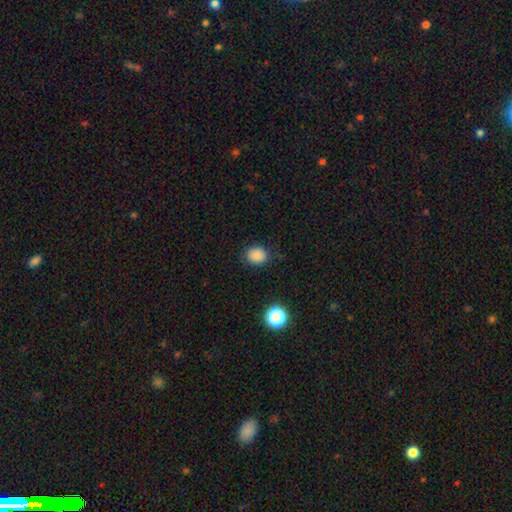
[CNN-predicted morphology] The model was most divided on "how rounded": round: 59%, in between: 40%, cigar-shaped: 1%. More confident: smooth or featured — smooth (85%); merging — none (82%).